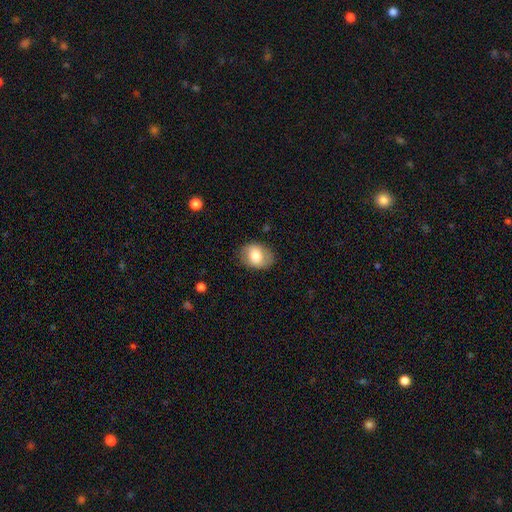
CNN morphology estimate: Smooth or featured? Predicted: smooth (p=0.75). How rounded? Predicted: in between (p=0.62). Merging? Predicted: none (p=0.81).